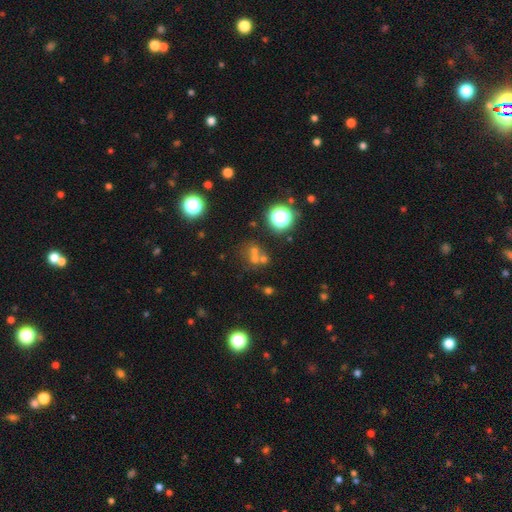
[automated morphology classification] Smooth or featured?
  - smooth: 50% *
  - star or artifact: 33%
  - featured or disk: 17%
Merging?
  - none: 44% *
  - merger: 41%
  - minor disturbance: 9%
  - major disturbance: 6%